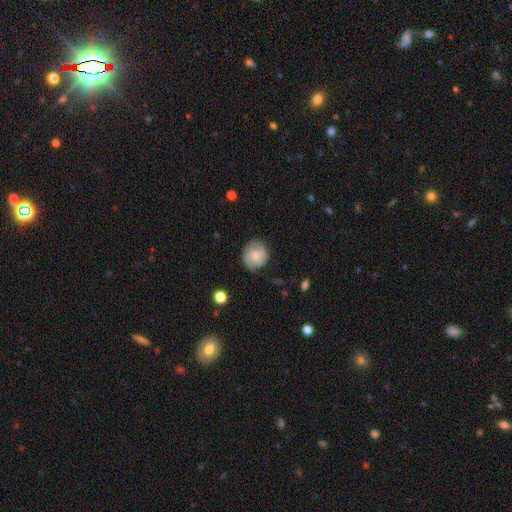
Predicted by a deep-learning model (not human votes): A smooth galaxy with no disk features (58%) that is round (82%).

Vote fractions:
- Smooth or featured? smooth: 58% / featured or disk: 35% / star or artifact: 7%
- How rounded? round: 82% / in between: 17% / cigar-shaped: 1%
- Merging? none: 78% / minor disturbance: 17% / major disturbance: 4% / merger: 1%